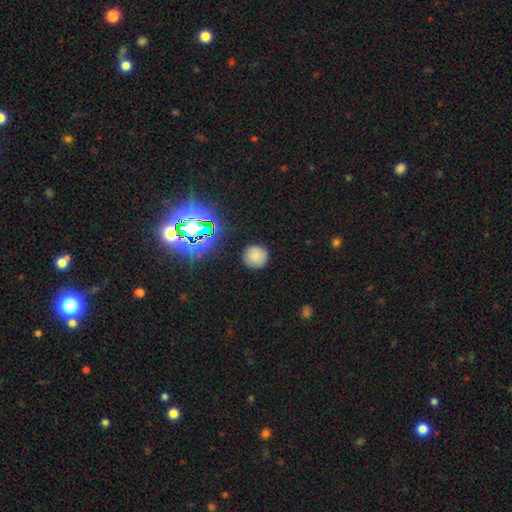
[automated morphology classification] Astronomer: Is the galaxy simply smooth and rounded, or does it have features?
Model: smooth — 78%.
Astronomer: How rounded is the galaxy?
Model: round — 94%.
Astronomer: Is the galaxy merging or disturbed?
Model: none — 89%.